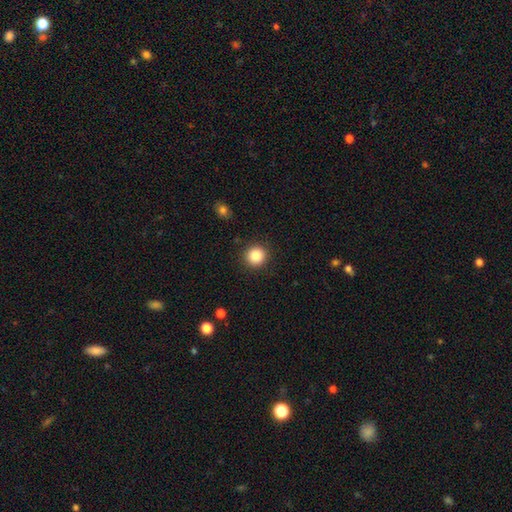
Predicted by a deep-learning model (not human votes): A smooth galaxy with no disk features (86%) that is round (93%).

Vote fractions:
- Smooth or featured? smooth: 86% / star or artifact: 10% / featured or disk: 4%
- How rounded? round: 93% / in between: 6% / cigar-shaped: 1%
- Merging? none: 91% / minor disturbance: 6% / major disturbance: 2% / merger: 1%